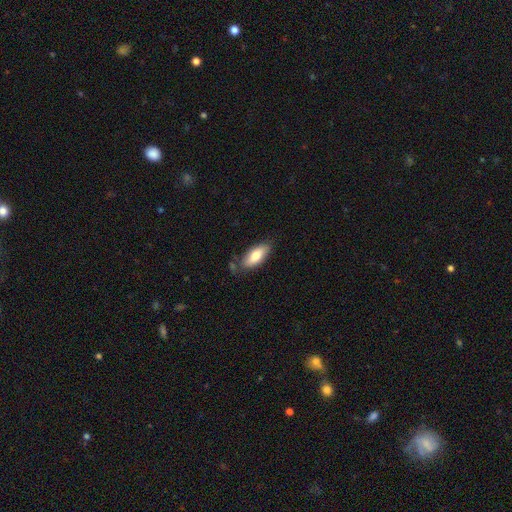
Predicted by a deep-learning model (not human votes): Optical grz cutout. It shows a smooth galaxy with no disk features (78%) that is in between round and cigar-shaped (82%). Merging: none (73%).